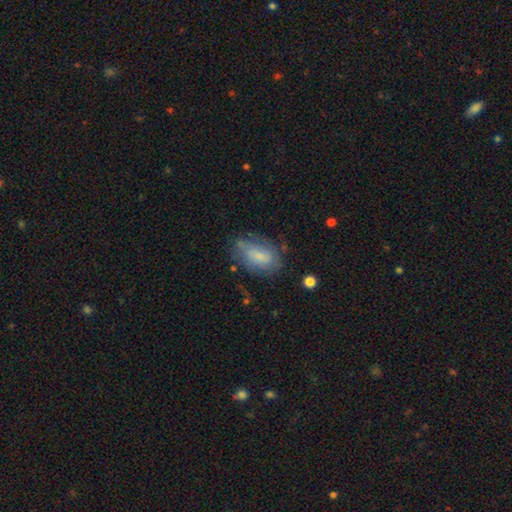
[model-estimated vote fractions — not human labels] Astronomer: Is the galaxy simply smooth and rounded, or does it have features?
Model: smooth — 53% (runner-up: featured or disk, 35%).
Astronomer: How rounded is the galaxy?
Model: in between — 88%.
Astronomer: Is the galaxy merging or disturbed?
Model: none — 64%.